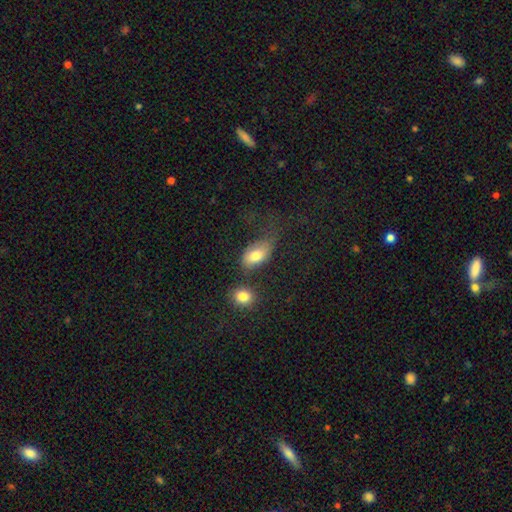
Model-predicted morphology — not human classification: This is likely a smooth galaxy (77%). How rounded: clearly in between (87%). Merging: marginally none (38%).